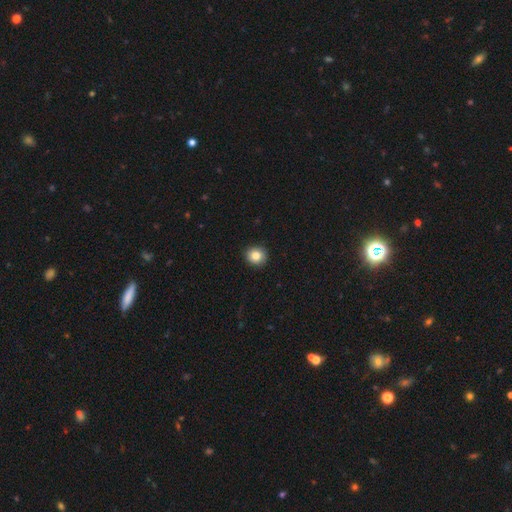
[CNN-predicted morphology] smooth_or_featured: smooth (p=0.84) [alt: star or artifact p=0.10]
how_rounded: round (p=0.90) [alt: in between p=0.09]
merging: none (p=0.92) [alt: minor disturbance p=0.05]